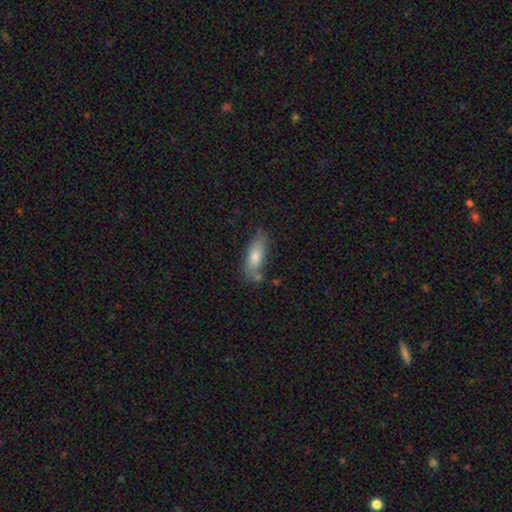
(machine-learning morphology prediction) smooth-or-featured: smooth: 73% | featured or disk: 19% | star or artifact: 7%
  how-rounded: in between: 61% | cigar-shaped: 36% | round: 3%
  merging: none: 66% | minor disturbance: 20% | merger: 9% | major disturbance: 5%